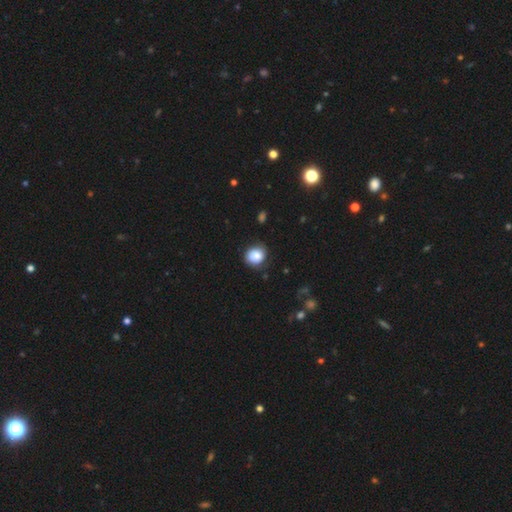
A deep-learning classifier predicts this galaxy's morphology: smooth_or_featured: smooth (p=0.83) [alt: featured or disk p=0.09]
how_rounded: round (p=0.72) [alt: in between p=0.27]
merging: none (p=0.72) [alt: minor disturbance p=0.21]